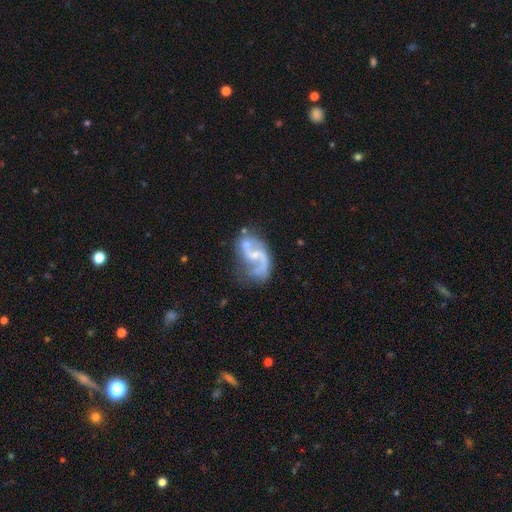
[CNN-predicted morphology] smooth_or_featured: featured or disk (p=0.87) [alt: smooth p=0.07]
disk_edge_on: no (p=0.98) [alt: yes p=0.02]
bar: weak (p=0.46) [alt: no p=0.42]
has_spiral_arms: yes (p=0.95) [alt: no p=0.05]
spiral_winding: loose (p=0.56) [alt: medium p=0.36]
spiral_arm_count: 2 (p=0.88) [alt: 1 p=0.06]
bulge_size: small (p=0.59) [alt: moderate p=0.29]
merging: none (p=0.52) [alt: minor disturbance p=0.22]